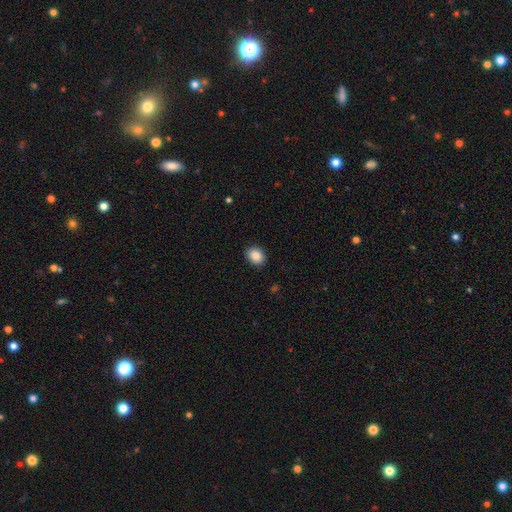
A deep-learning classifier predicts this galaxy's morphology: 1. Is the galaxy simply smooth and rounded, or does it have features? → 88% smooth, 8% star or artifact, 4% featured or disk.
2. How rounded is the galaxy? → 51% in between, 49% round, 1% cigar-shaped.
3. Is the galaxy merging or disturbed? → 89% none, 8% minor disturbance, 2% major disturbance, 1% merger.